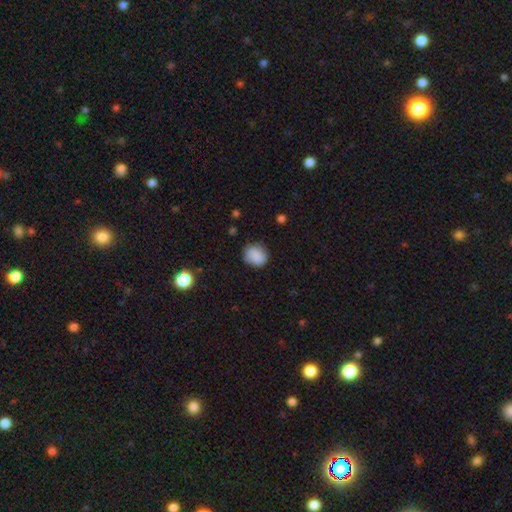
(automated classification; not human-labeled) This appears to be a smooth galaxy with no disk features (79%) that is round (77%). Merging: none (78%).